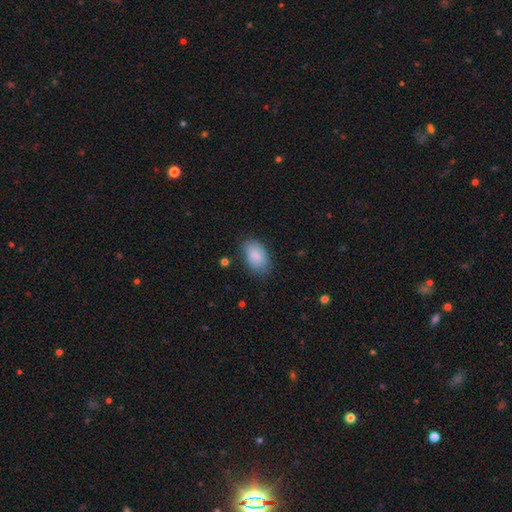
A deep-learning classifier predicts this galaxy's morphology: Smooth or featured: smooth — 86% (featured or disk — 8%)
How rounded: in between — 92% (round — 7%)
Merging: none — 72% (minor disturbance — 21%)